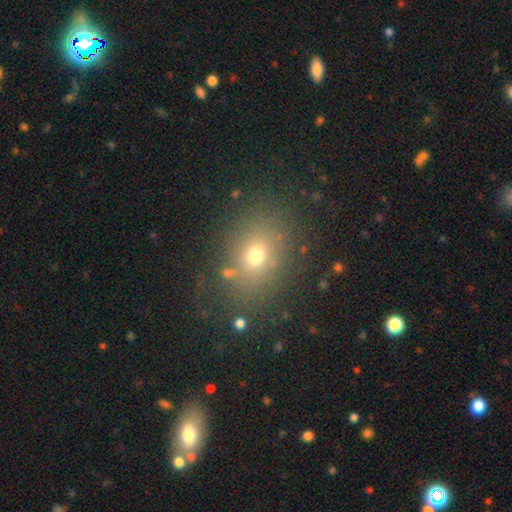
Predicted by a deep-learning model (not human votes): Morphology: type=smooth (67%); roundness=in between (52%); merging=none (76%).